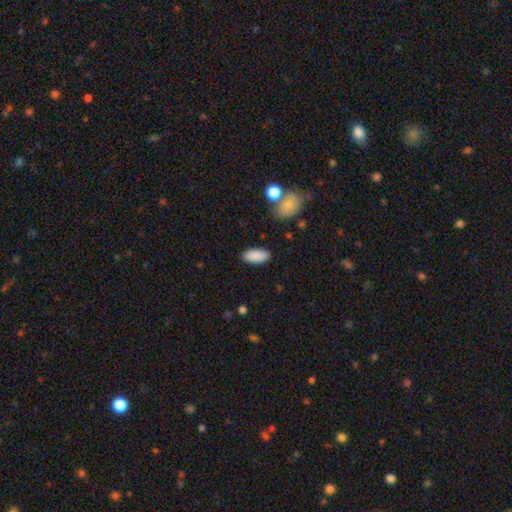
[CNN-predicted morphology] smooth_or_featured: smooth (p=0.89) [alt: star or artifact p=0.07]
how_rounded: in between (p=0.92) [alt: cigar-shaped p=0.06]
merging: none (p=0.87) [alt: minor disturbance p=0.09]